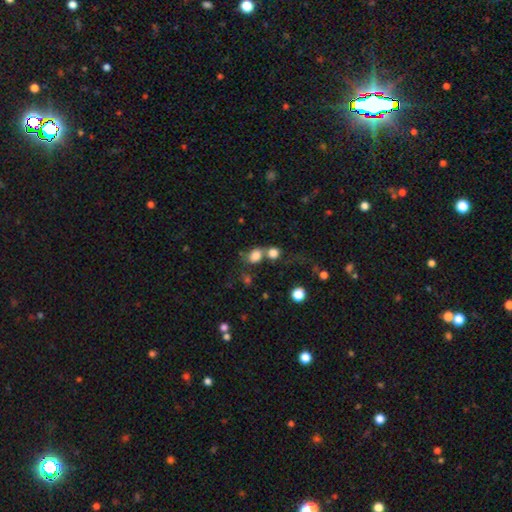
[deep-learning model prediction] A smooth galaxy with no disk features (81%) that is in between round and cigar-shaped (52%).

Vote fractions:
- Smooth or featured? smooth: 81% / star or artifact: 12% / featured or disk: 8%
- How rounded? in between: 52% / round: 47% / cigar-shaped: 1%
- Merging? none: 42% (tied) / merger: 42% (tied) / minor disturbance: 10% / major disturbance: 6%